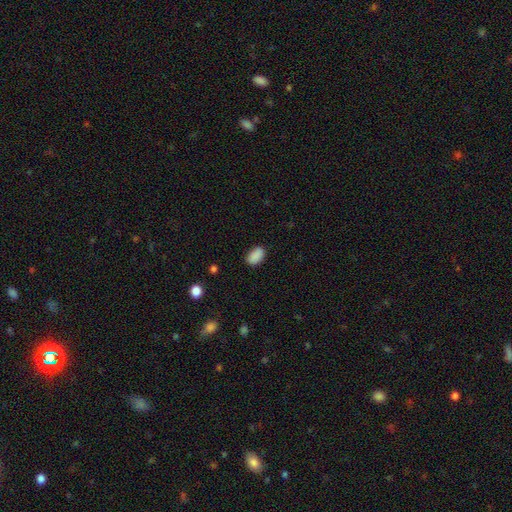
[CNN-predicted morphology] Smooth or featured?
  - smooth: 89% *
  - star or artifact: 8%
  - featured or disk: 3%
How rounded?
  - in between: 92% *
  - round: 7%
  - cigar-shaped: 2%
Merging?
  - none: 85% *
  - minor disturbance: 11%
  - major disturbance: 3%
  - merger: 1%